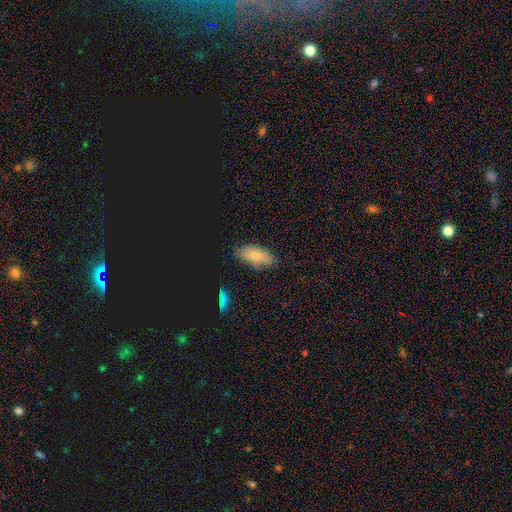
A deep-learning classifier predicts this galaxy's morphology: Smooth or featured: smooth — 74% (star or artifact — 14%)
How rounded: in between — 85% (cigar-shaped — 12%)
Merging: none — 79% (minor disturbance — 15%)